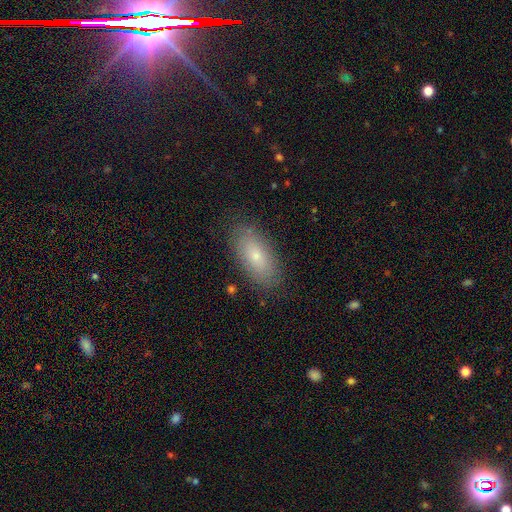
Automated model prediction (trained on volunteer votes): This appears to be a smooth galaxy with no disk features (70%) that is in between round and cigar-shaped (88%). Merging: none (84%).